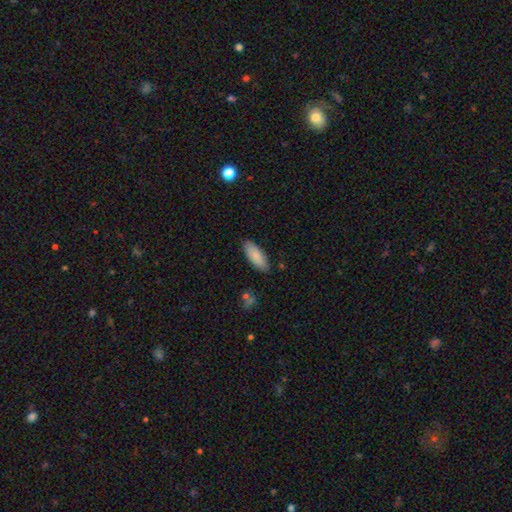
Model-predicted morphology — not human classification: A smooth galaxy with no disk features (87%) that is in between round and cigar-shaped (75%).

Vote fractions:
- Smooth or featured? smooth: 87% / featured or disk: 8% / star or artifact: 6%
- How rounded? in between: 75% / cigar-shaped: 24% / round: 2%
- Merging? none: 87% / minor disturbance: 10% / major disturbance: 2% / merger: 1%